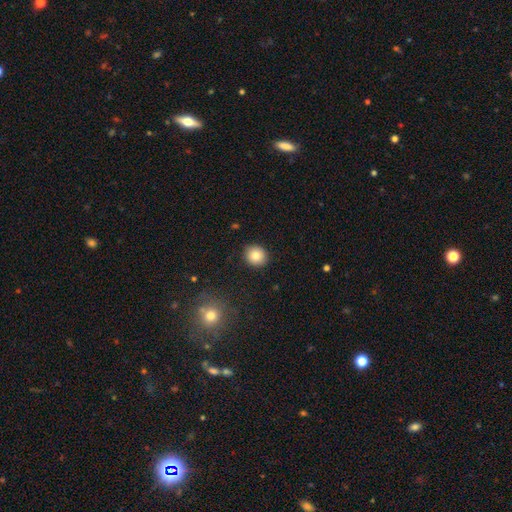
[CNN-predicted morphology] smooth_or_featured: smooth (p=0.84) [alt: star or artifact p=0.09]
how_rounded: round (p=0.85) [alt: in between p=0.14]
merging: none (p=0.90) [alt: minor disturbance p=0.07]